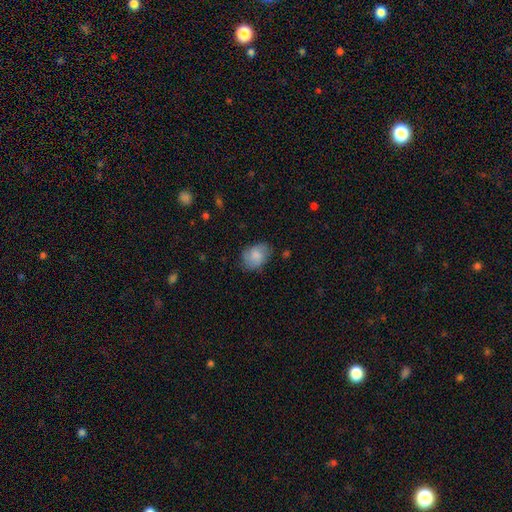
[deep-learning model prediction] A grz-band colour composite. It shows a smooth galaxy with no disk features (74%) that is in between round and cigar-shaped (66%). Merging: none (67%).